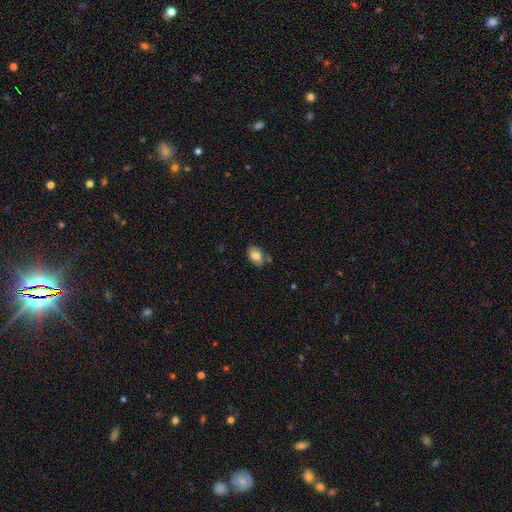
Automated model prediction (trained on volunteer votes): A smooth galaxy with no disk features (74%) that is in between round and cigar-shaped (81%).

Vote fractions:
- Smooth or featured? smooth: 74% / featured or disk: 18% / star or artifact: 8%
- How rounded? in between: 81% / round: 18% / cigar-shaped: 1%
- Merging? none: 64% / minor disturbance: 22% / merger: 8% / major disturbance: 5%